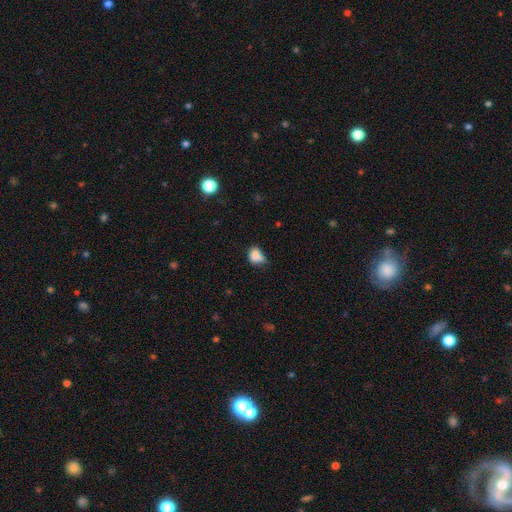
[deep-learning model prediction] A smooth galaxy with no disk features (78%) that is in between round and cigar-shaped (50%).

Vote fractions:
- Smooth or featured? smooth: 78% / star or artifact: 11% / featured or disk: 11%
- How rounded? in between: 50% / round: 49% / cigar-shaped: 1%
- Merging? none: 36% / minor disturbance: 29% / merger: 23% / major disturbance: 12%